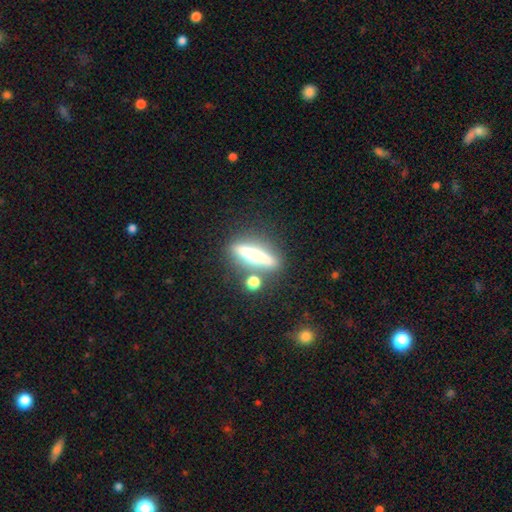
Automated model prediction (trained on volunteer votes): Smooth or featured: smooth — 48% (featured or disk — 42%)
Merging: none — 72% (minor disturbance — 11%)